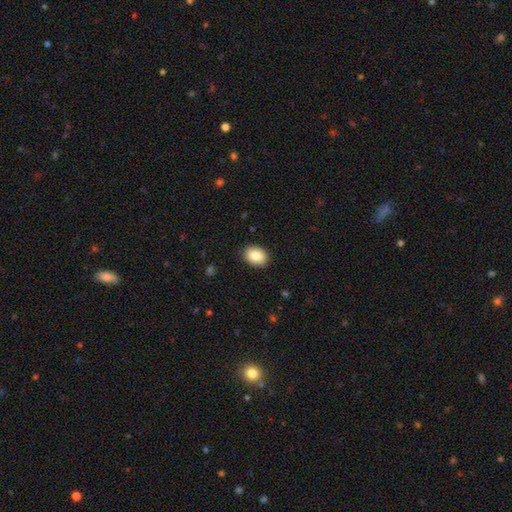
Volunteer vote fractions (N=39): smooth-or-featured: smooth: 95% | star or artifact: 5% | featured or disk: 0%
  how-rounded: in between: 86% | round: 14% | cigar-shaped: 0%
  merging: none: 89% | minor disturbance: 8% | merger: 3% | major disturbance: 0%